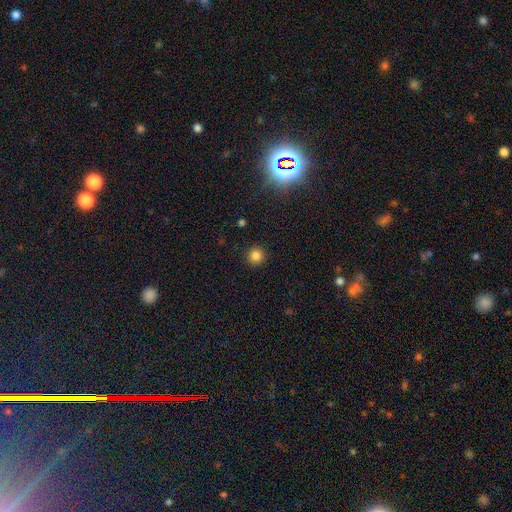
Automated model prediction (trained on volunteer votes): Smooth or featured? Predicted: smooth (p=0.83). How rounded? Predicted: round (p=0.95). Merging? Predicted: none (p=0.92).